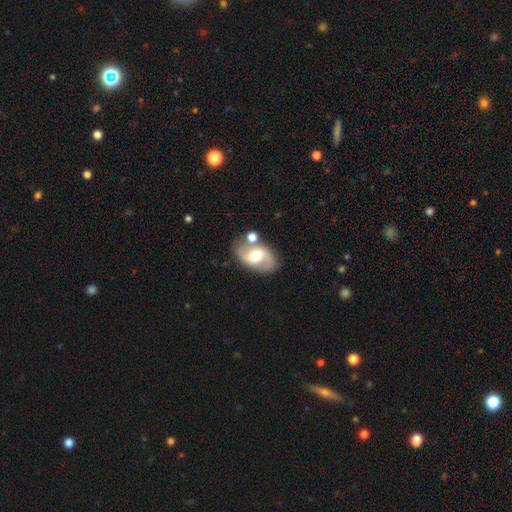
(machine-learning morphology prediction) This is likely a featured or disk galaxy (73%). It is clearly not viewed edge-on (96%). Bar: possibly weak (45%). Spiral arm pattern: clearly yes (87%). Spiral arm count: clearly 2 (90%). Spiral winding: possibly medium (47%). Central bulge: likely moderate (65%). Merging: likely none (73%).